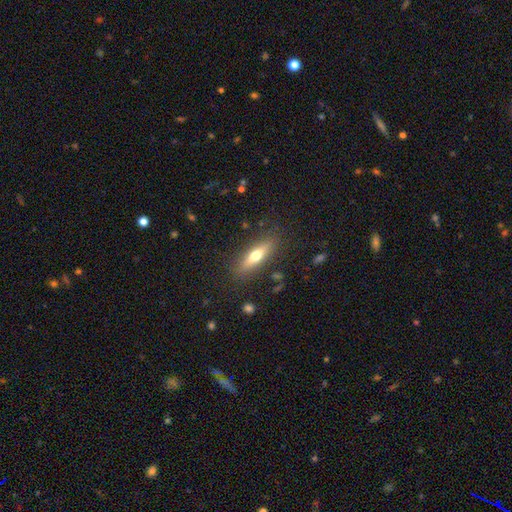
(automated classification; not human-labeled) This appears to be a smooth galaxy with no disk features (55%) that is cigar-shaped (62%). Merging: none (86%).